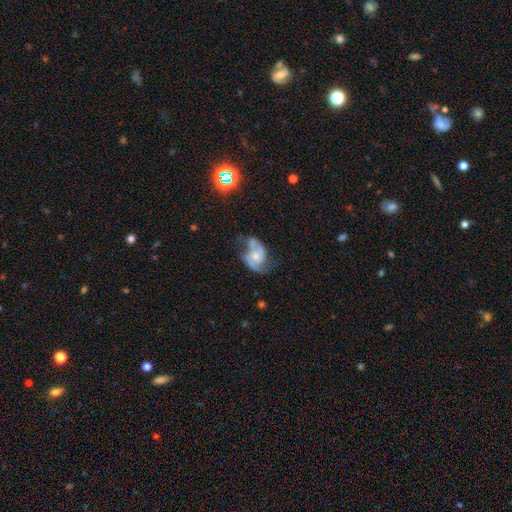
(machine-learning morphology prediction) Q: Smooth or featured?
A: featured or disk (80%); runner-up: smooth (14%)
Q: Edge-on disk?
A: no (97%); runner-up: yes (3%)
Q: Bar?
A: no (64%); runner-up: weak (30%)
Q: Spiral arms?
A: yes (92%); runner-up: no (8%)
Q: Spiral winding?
A: medium (50%); runner-up: loose (31%)
Q: Spiral arm count?
A: 2 (87%); runner-up: can't tell (5%)
Q: Bulge size?
A: moderate (45%); runner-up: small (37%)
Q: Merging?
A: none (45%); runner-up: minor disturbance (25%)